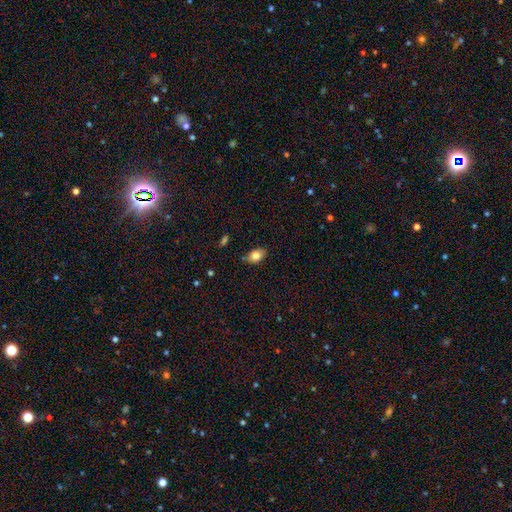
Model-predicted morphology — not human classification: smooth 81%, featured or disk 10%, star or artifact 9%. Down the decision tree: how rounded — in between (80%); merging — none (74%).